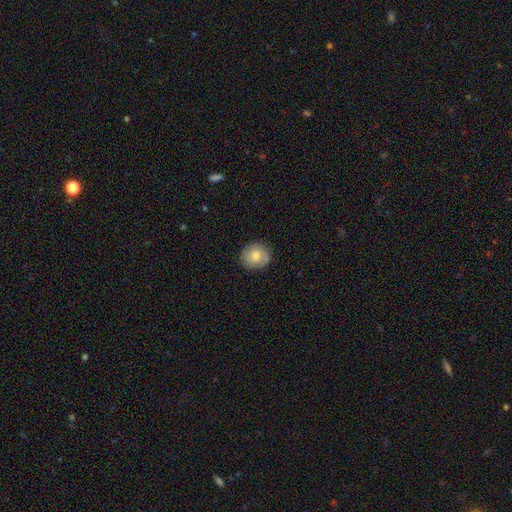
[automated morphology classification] Smooth or featured: smooth — 65% (featured or disk — 27%)
How rounded: round — 85% (in between — 14%)
Merging: none — 84% (minor disturbance — 12%)